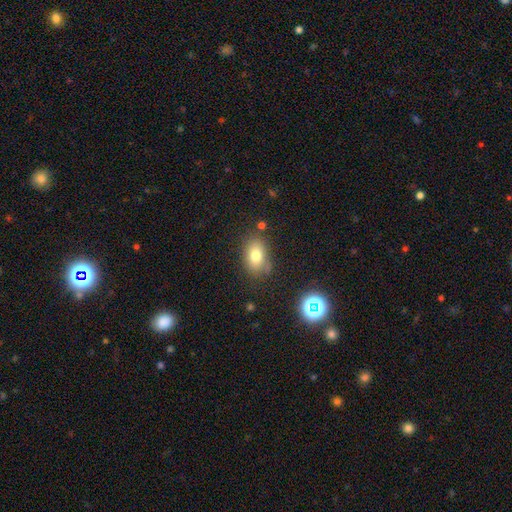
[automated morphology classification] This is likely a smooth galaxy (77%). How rounded: clearly in between (82%). Merging: likely none (74%).